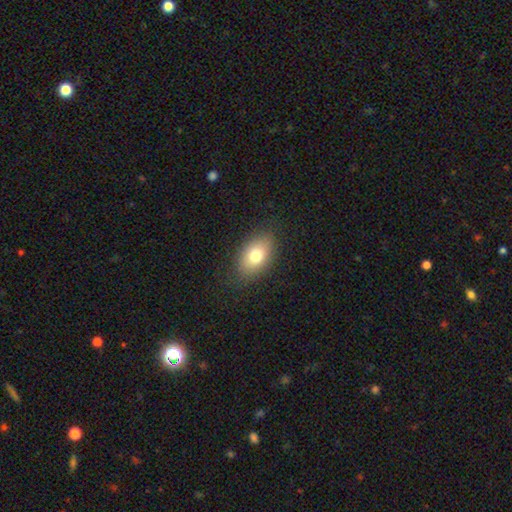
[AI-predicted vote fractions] Q: Smooth or featured?
A: smooth (75%); runner-up: featured or disk (15%)
Q: How rounded?
A: in between (87%); runner-up: round (11%)
Q: Merging?
A: none (83%); runner-up: minor disturbance (12%)